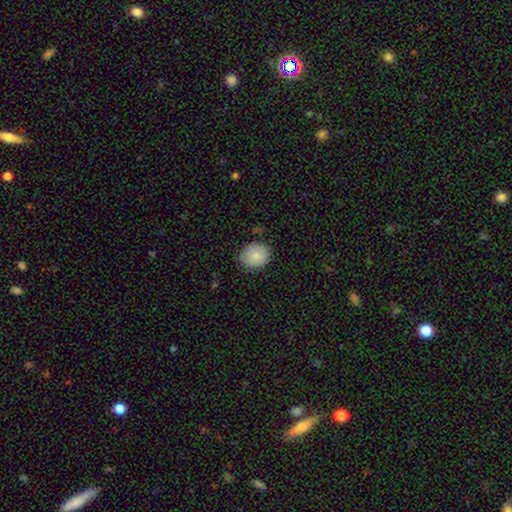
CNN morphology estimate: smooth_or_featured: smooth (p=0.83) [alt: featured or disk p=0.10]
how_rounded: round (p=0.64) [alt: in between p=0.35]
merging: none (p=0.80) [alt: minor disturbance p=0.16]